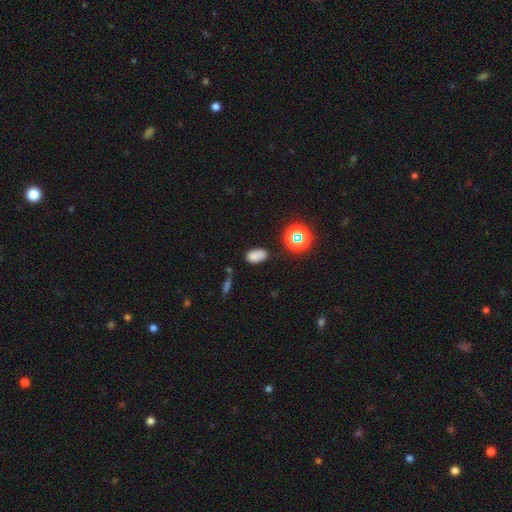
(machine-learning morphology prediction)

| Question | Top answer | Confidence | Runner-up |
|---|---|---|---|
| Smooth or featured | smooth | 74% | star or artifact (17%) |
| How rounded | in between | 89% | round (9%) |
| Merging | none | 70% | minor disturbance (18%) |